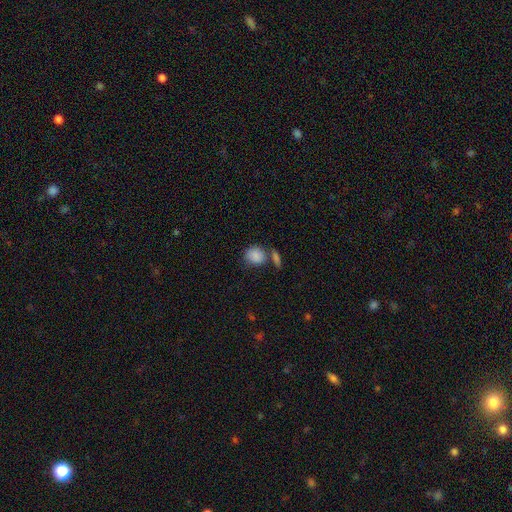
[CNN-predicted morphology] This is clearly a smooth galaxy (87%). How rounded: likely round (67%). Merging: possibly none (54%).